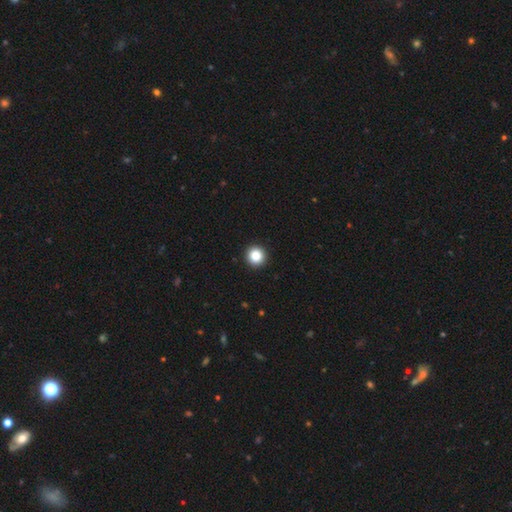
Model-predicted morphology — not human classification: This appears to be a smooth galaxy with no disk features (86%) that is round (96%). Merging: none (94%).